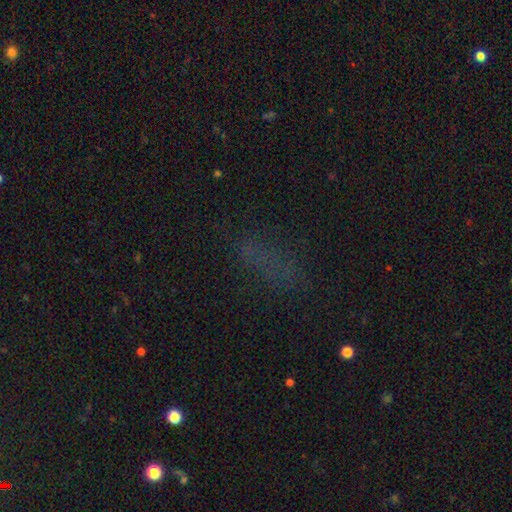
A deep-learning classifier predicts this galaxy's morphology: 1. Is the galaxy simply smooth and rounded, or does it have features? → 45% smooth, 41% star or artifact, 15% featured or disk.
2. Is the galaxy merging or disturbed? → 68% none, 16% minor disturbance, 12% major disturbance, 3% merger.